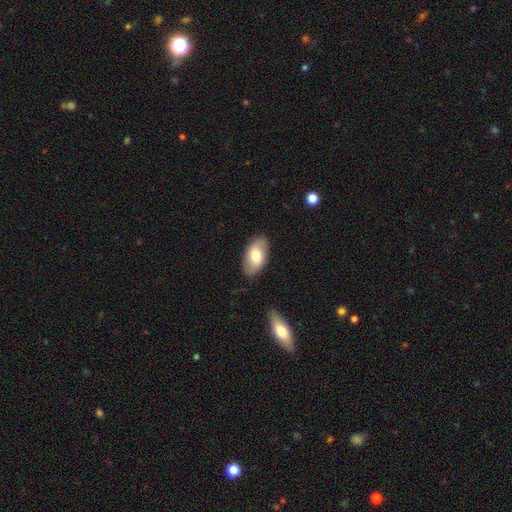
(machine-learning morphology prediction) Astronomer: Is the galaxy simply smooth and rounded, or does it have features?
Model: smooth — 70%.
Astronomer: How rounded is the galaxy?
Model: in between — 95%.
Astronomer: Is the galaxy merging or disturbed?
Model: none — 85%.